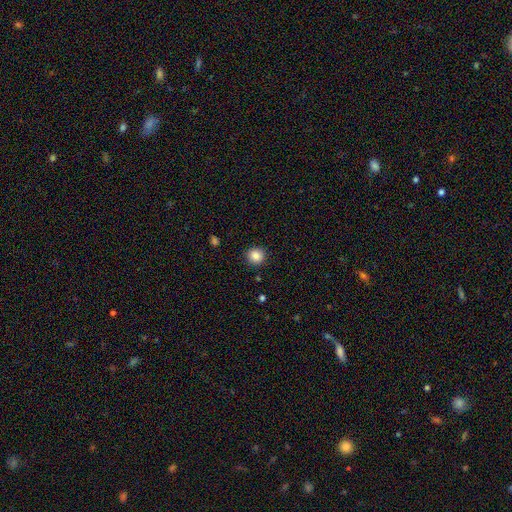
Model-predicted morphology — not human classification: smooth-or-featured: smooth: 85% | star or artifact: 10% | featured or disk: 5%
  how-rounded: round: 92% | in between: 7% | cigar-shaped: 1%
  merging: none: 91% | minor disturbance: 6% | major disturbance: 2% | merger: 1%